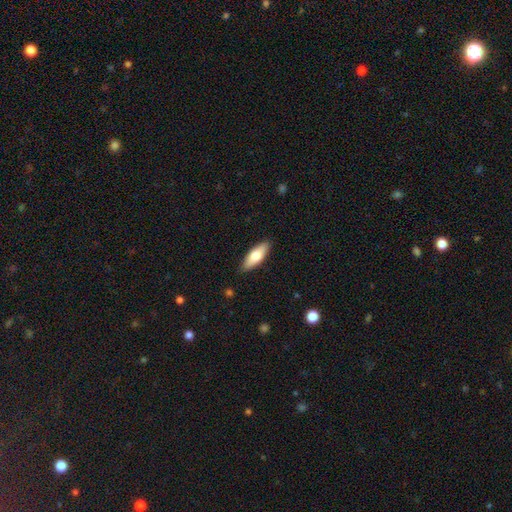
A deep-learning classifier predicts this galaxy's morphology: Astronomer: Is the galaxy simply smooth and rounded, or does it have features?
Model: smooth — 71%.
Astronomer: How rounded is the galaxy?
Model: in between — 63%.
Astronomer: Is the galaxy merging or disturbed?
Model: none — 88%.